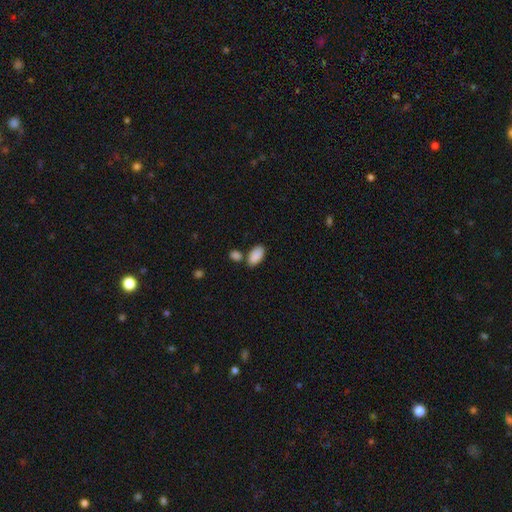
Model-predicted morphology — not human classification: A smooth galaxy with no disk features (89%) that is in between round and cigar-shaped (94%). Merging: none (68%).